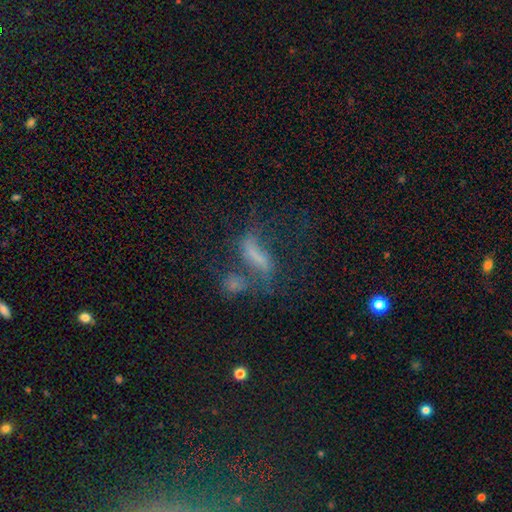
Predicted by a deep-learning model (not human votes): smooth_or_featured: featured or disk (p=0.36) [alt: smooth p=0.35]
merging: none (p=0.39) [alt: major disturbance p=0.24]